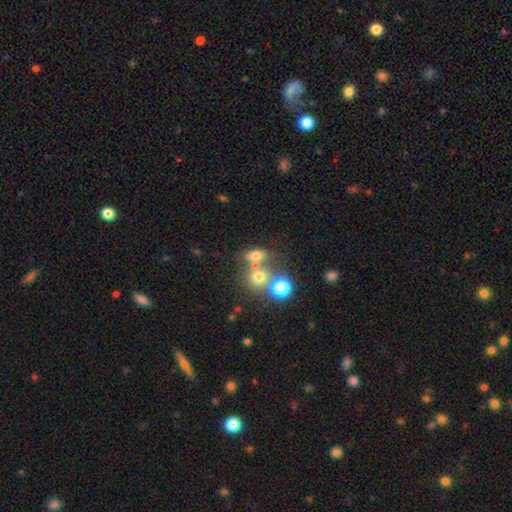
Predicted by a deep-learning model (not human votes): A smooth galaxy with no disk features (68%) that is in between round and cigar-shaped (57%). Merging: none (49%).